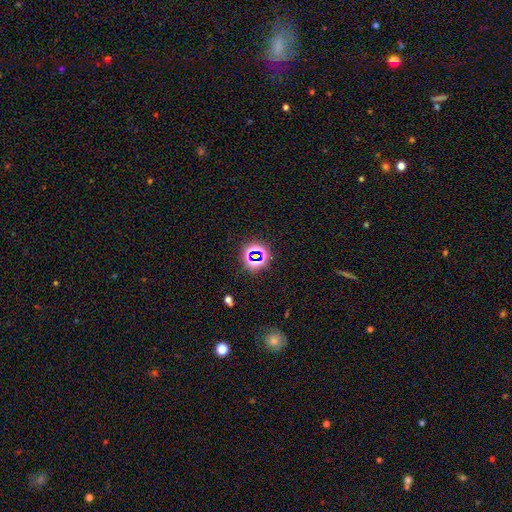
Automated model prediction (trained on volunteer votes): Smooth or featured? Predicted: star or artifact (p=0.69).